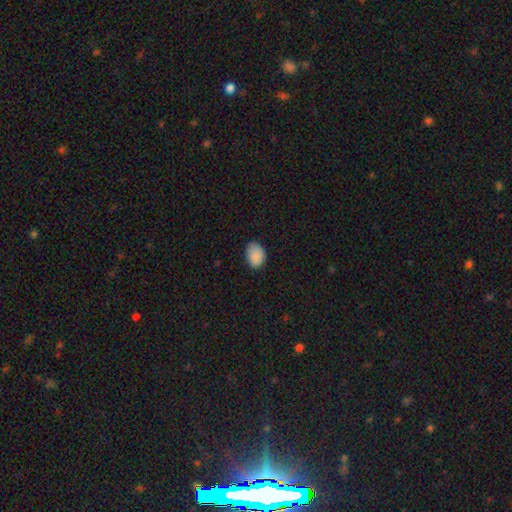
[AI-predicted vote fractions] Smooth or featured? Predicted: smooth (p=0.88). How rounded? Predicted: in between (p=0.80). Merging? Predicted: none (p=0.76).